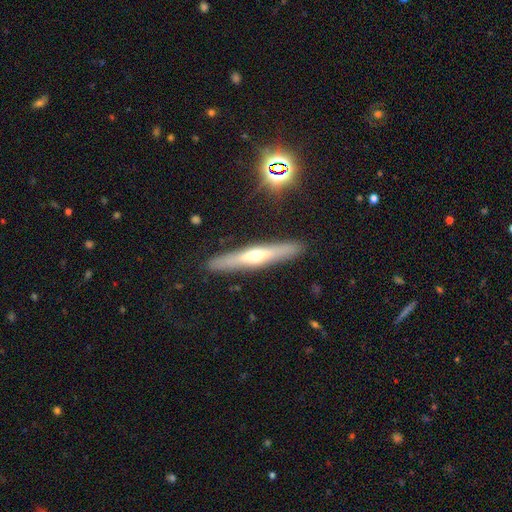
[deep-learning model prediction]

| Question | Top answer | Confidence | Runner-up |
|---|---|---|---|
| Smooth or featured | featured or disk | 59% | smooth (34%) |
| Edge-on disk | yes | 91% | no (9%) |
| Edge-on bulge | rounded | 85% | none (12%) |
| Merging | none | 90% | minor disturbance (7%) |